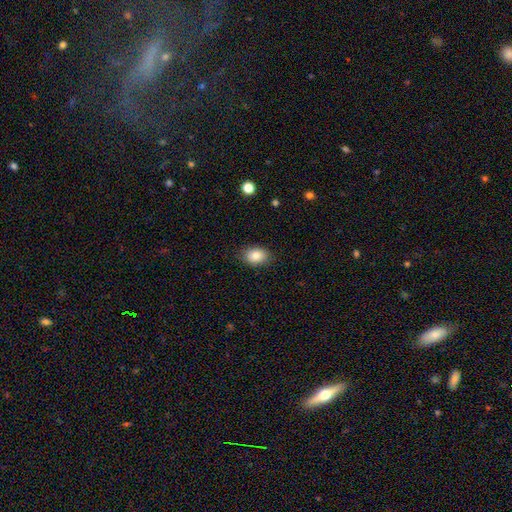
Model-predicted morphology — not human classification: type=smooth (84%); roundness=in between (76%); merging=none (84%).